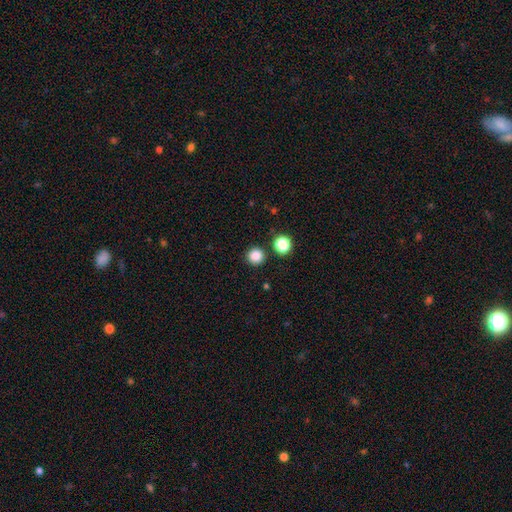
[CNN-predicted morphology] Q: Smooth or featured?
A: smooth (84%); runner-up: star or artifact (12%)
Q: How rounded?
A: round (95%); runner-up: in between (4%)
Q: Merging?
A: none (90%); runner-up: minor disturbance (5%)